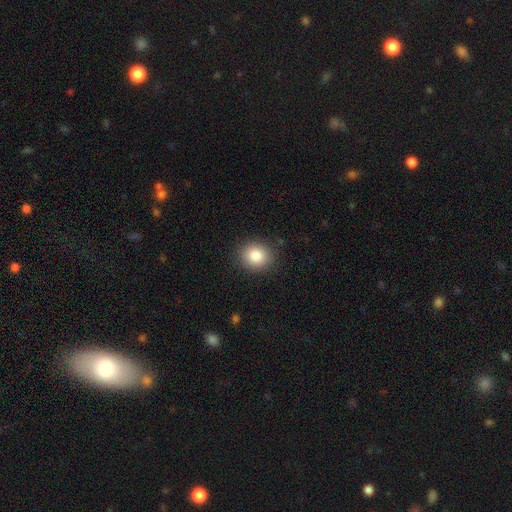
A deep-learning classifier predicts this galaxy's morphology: This appears to be a smooth galaxy with no disk features (85%) that is round (72%). Merging: none (88%).